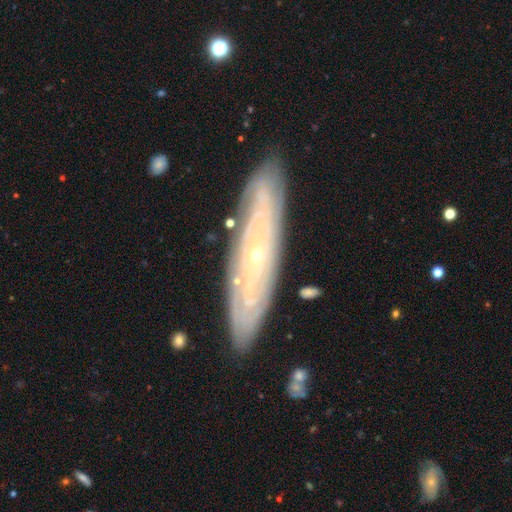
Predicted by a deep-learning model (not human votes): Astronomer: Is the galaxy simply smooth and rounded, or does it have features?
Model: featured or disk — 79%.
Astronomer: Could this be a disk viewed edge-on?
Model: no — 66%.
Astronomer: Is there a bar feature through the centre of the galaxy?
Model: no — 82%.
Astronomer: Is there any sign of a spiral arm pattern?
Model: yes — 82%.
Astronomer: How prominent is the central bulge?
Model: small — 85%.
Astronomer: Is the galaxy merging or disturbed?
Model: none — 87%.